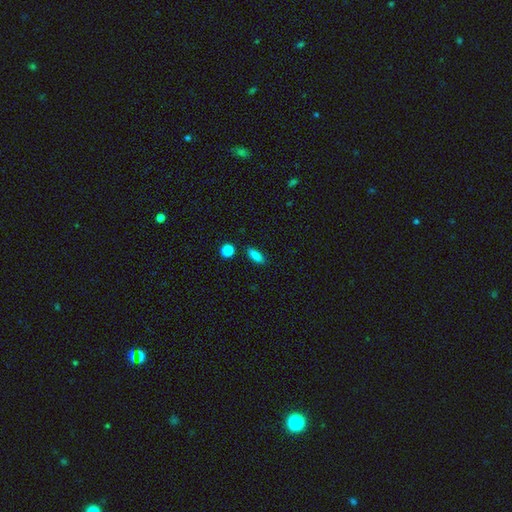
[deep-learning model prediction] smooth_or_featured: smooth (p=0.86) [alt: star or artifact p=0.09]
how_rounded: in between (p=0.70) [alt: cigar-shaped p=0.25]
merging: none (p=0.84) [alt: minor disturbance p=0.10]